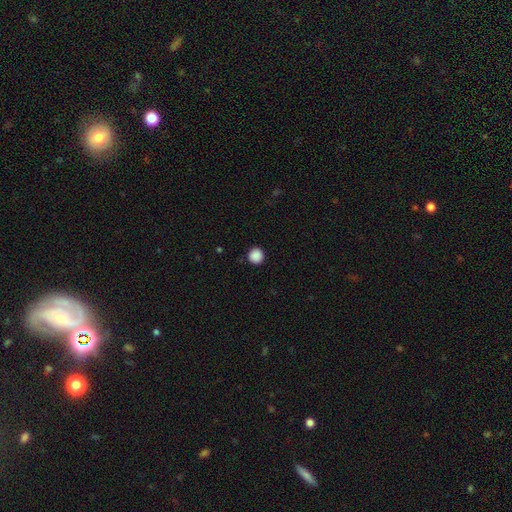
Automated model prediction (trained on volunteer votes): Smooth or featured? smooth (89%)
How rounded? round (94%)
Merging? none (92%)